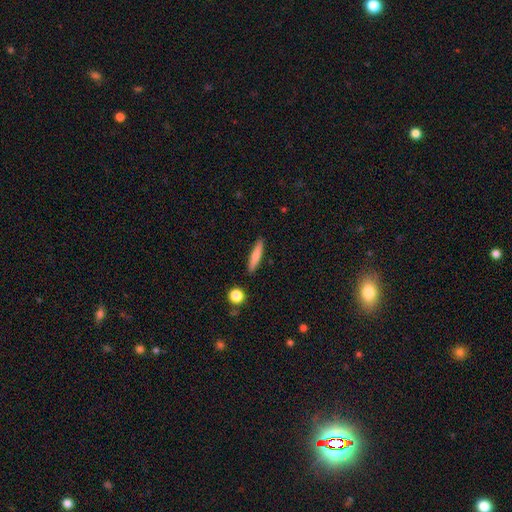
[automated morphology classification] smooth 76%, featured or disk 17%, star or artifact 7%. Down the decision tree: how rounded — cigar-shaped (89%); merging — none (89%).